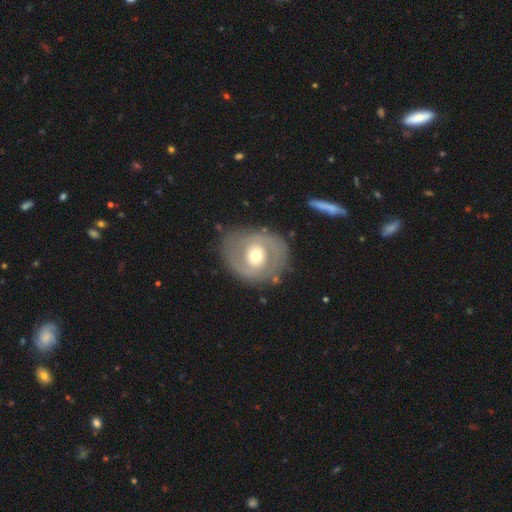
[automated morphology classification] Q: Smooth or featured?
A: featured or disk (66%); runner-up: smooth (28%)
Q: Edge-on disk?
A: no (96%); runner-up: yes (4%)
Q: Bar?
A: no (66%); runner-up: weak (25%)
Q: Spiral arms?
A: yes (54%); runner-up: no (46%)
Q: Bulge size?
A: moderate (69%); runner-up: small (16%)
Q: Merging?
A: none (78%); runner-up: minor disturbance (13%)